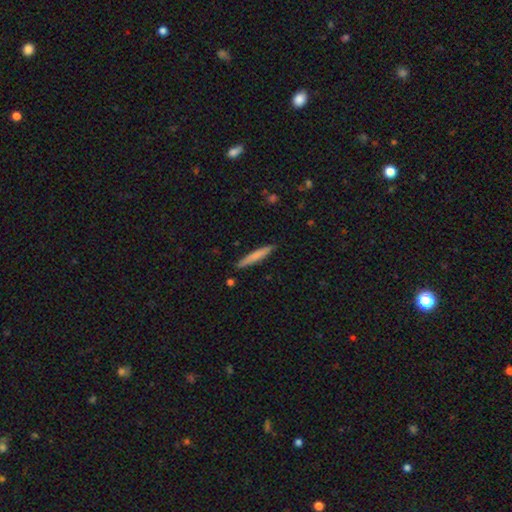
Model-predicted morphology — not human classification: The model was most divided on "smooth or featured": smooth: 74%, featured or disk: 21%, star or artifact: 5%. More confident: how rounded — cigar-shaped (95%); merging — none (89%).